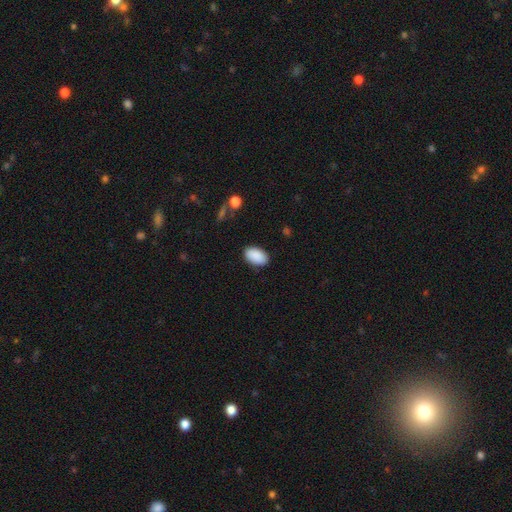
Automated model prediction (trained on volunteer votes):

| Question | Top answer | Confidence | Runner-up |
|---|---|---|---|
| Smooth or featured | smooth | 91% | star or artifact (6%) |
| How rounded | in between | 94% | round (5%) |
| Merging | none | 88% | minor disturbance (8%) |